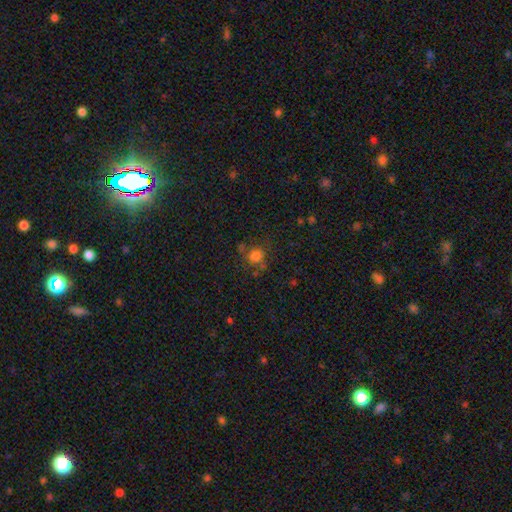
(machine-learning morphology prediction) A smooth galaxy with no disk features (74%) that is round (79%). Merging: none (63%).